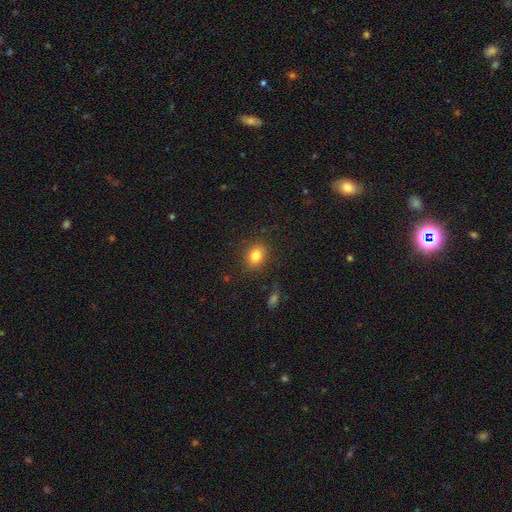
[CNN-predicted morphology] A smooth galaxy with no disk features (82%) that is in between round and cigar-shaped (57%).

Vote fractions:
- Smooth or featured? smooth: 82% / star or artifact: 10% / featured or disk: 7%
- How rounded? in between: 57% / round: 41% / cigar-shaped: 1%
- Merging? none: 86% / minor disturbance: 10% / major disturbance: 3% / merger: 1%